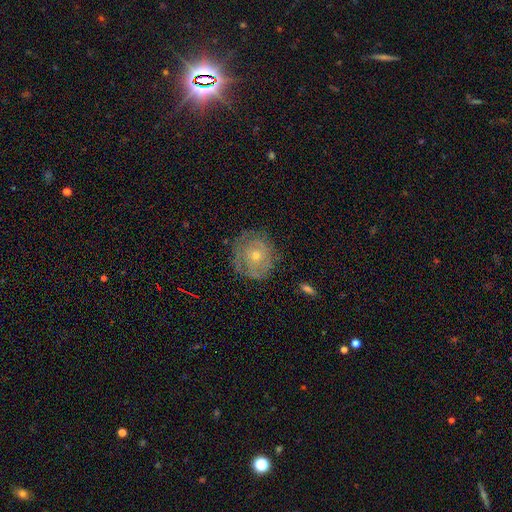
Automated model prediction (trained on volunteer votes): Overall: featured or disk (67%). Edge-on disk: no (96%). Bar: no (84%). Spiral arms: yes (76%). Bulge size: small (58%; moderate 39%). Merging: none (76%).